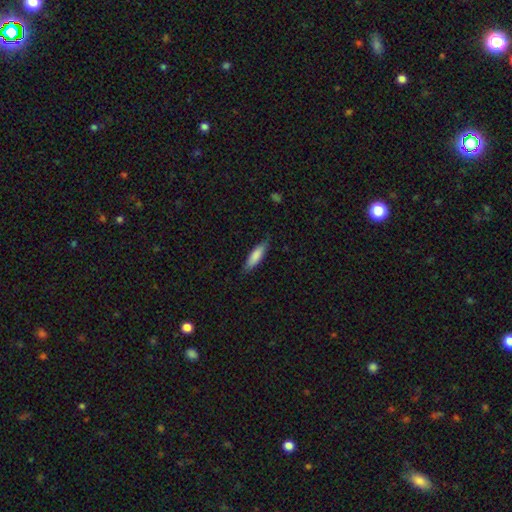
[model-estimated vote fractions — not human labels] This appears to be a smooth galaxy with no disk features (82%) that is cigar-shaped (58%). Merging: none (82%).